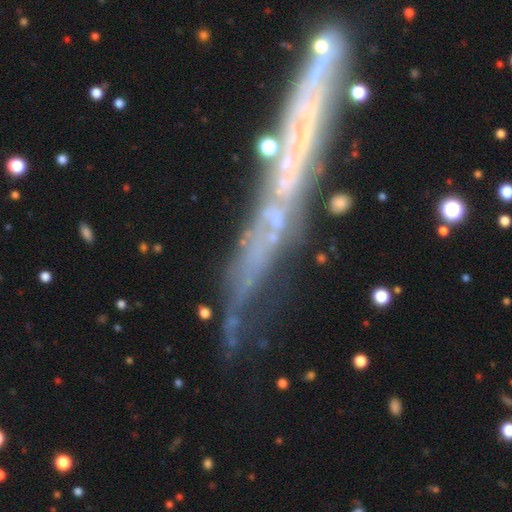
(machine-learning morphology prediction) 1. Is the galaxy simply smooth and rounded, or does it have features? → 65% featured or disk, 20% smooth, 15% star or artifact.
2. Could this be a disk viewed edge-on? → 72% yes, 28% no.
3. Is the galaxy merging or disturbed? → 60% none, 21% minor disturbance, 11% major disturbance, 8% merger.